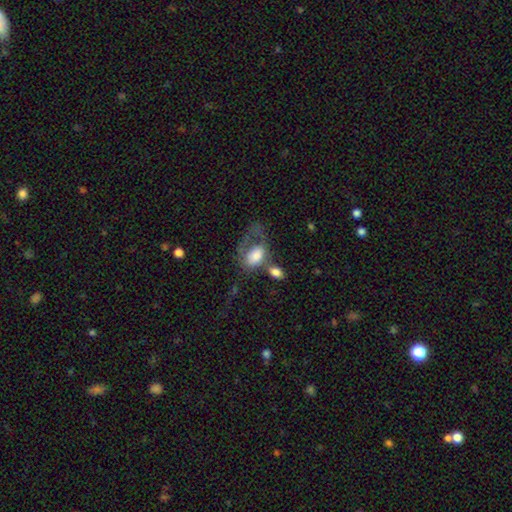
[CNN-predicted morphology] A smooth galaxy with no disk features (64%) that is in between round and cigar-shaped (84%).

Vote fractions:
- Smooth or featured? smooth: 64% / featured or disk: 28% / star or artifact: 8%
- How rounded? in between: 84% / round: 14% / cigar-shaped: 2%
- Merging? major disturbance: 39% / merger: 31% / none: 17% / minor disturbance: 13%